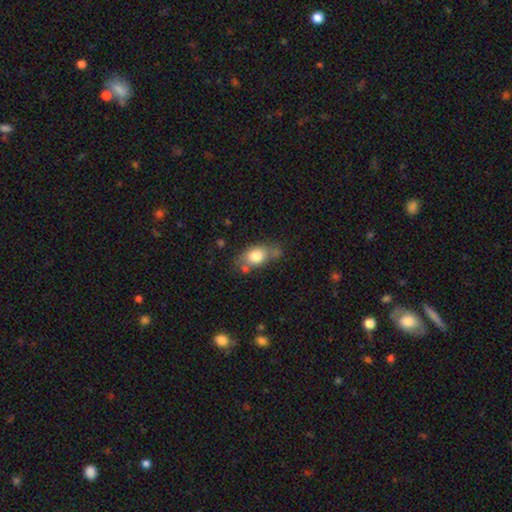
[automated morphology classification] The model was most divided on "merging": none: 56%, minor disturbance: 24%, merger: 12%, major disturbance: 8%. More confident: how rounded — in between (77%); smooth or featured — smooth (77%).